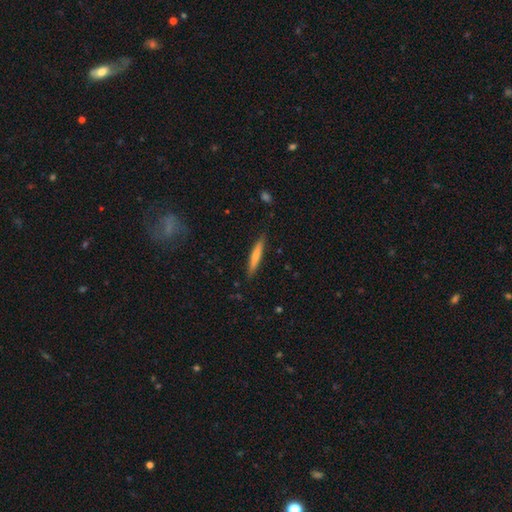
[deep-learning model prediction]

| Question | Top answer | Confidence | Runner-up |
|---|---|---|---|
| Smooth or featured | smooth | 69% | featured or disk (25%) |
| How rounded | cigar-shaped | 93% | in between (6%) |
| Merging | none | 87% | minor disturbance (10%) |